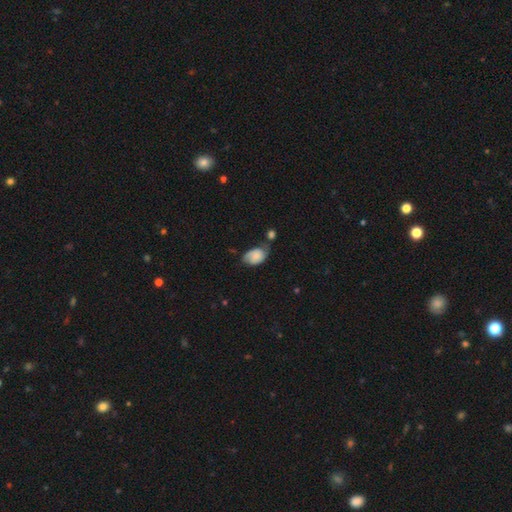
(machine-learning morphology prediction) Smooth or featured? smooth (64%)
How rounded? in between (86%)
Merging? none (37%)